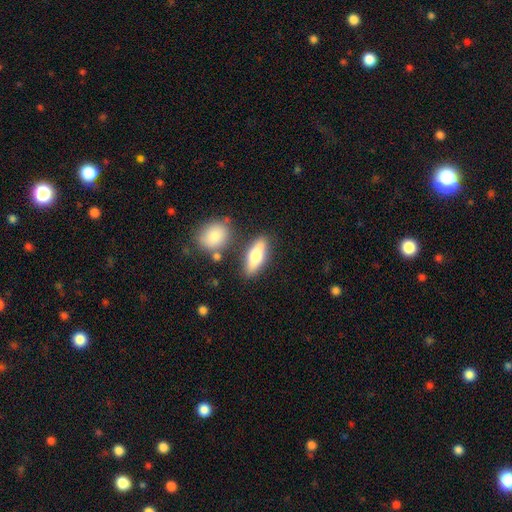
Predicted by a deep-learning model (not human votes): Morphology: type=smooth (65%); roundness=in between (60%); merging=none (78%).